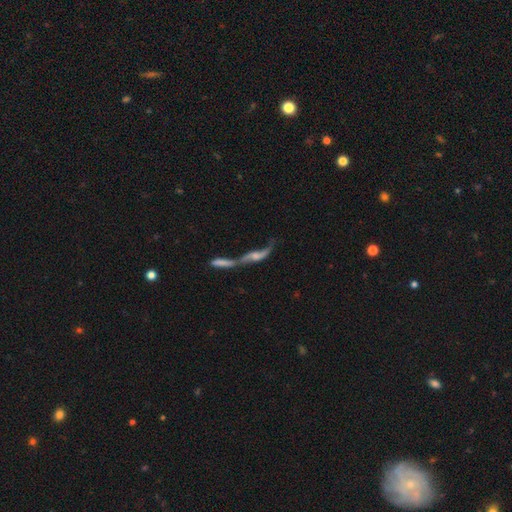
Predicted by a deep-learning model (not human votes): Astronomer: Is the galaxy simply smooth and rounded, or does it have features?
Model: featured or disk — 66%.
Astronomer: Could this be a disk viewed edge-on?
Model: no — 75%.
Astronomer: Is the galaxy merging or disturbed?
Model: merger — 73%.